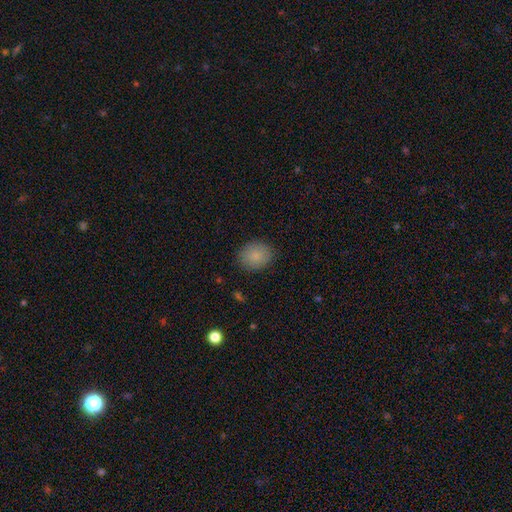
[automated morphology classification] This appears to be a smooth galaxy with no disk features (86%) that is round (55%). Merging: none (86%).